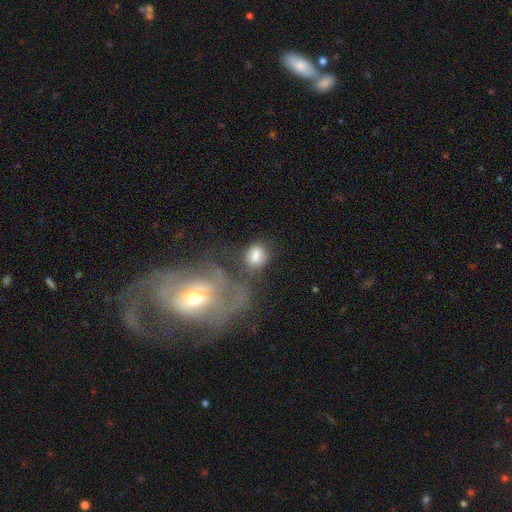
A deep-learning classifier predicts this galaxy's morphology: Smooth or featured? Predicted: smooth (p=0.74). How rounded? Predicted: in between (p=0.52). Merging? Predicted: none (p=0.44).